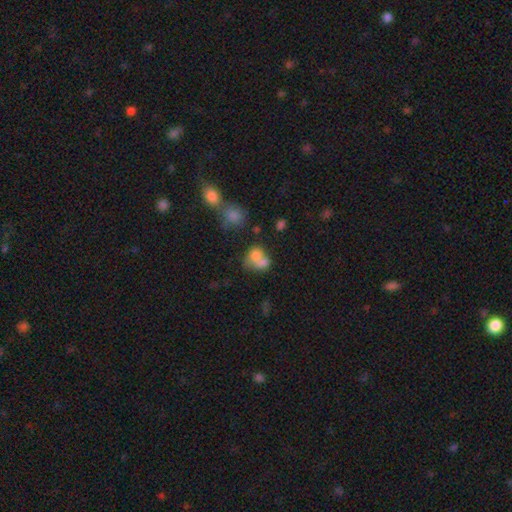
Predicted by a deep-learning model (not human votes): A smooth galaxy with no disk features (72%) that is in between round and cigar-shaped (50%). Merging: merger (60%).